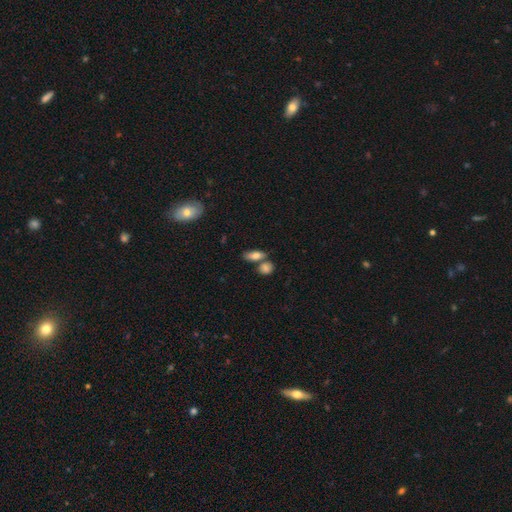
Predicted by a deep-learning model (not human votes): This is likely a smooth galaxy (74%). How rounded: likely in between (74%). Merging: possibly none (56%).